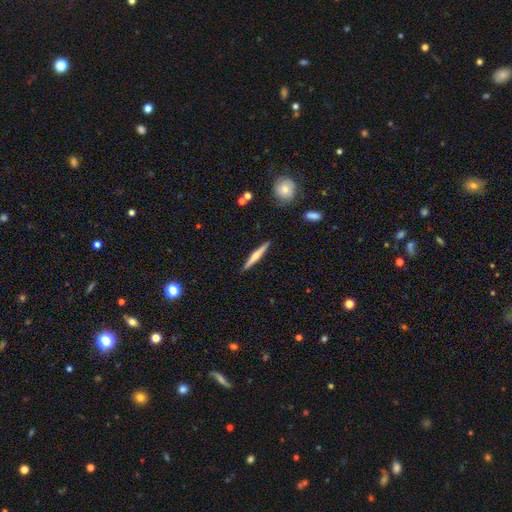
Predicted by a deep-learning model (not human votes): Q: Smooth or featured?
A: featured or disk (51%); runner-up: smooth (44%)
Q: Edge-on disk?
A: yes (97%); runner-up: no (3%)
Q: Merging?
A: none (91%); runner-up: minor disturbance (6%)